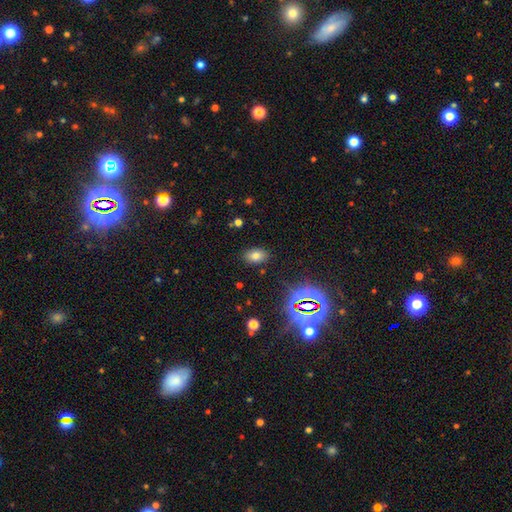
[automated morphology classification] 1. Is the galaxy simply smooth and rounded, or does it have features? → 73% smooth, 18% star or artifact, 9% featured or disk.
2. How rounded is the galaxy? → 85% in between, 13% round, 2% cigar-shaped.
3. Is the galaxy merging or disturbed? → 85% none, 10% minor disturbance, 3% major disturbance, 2% merger.